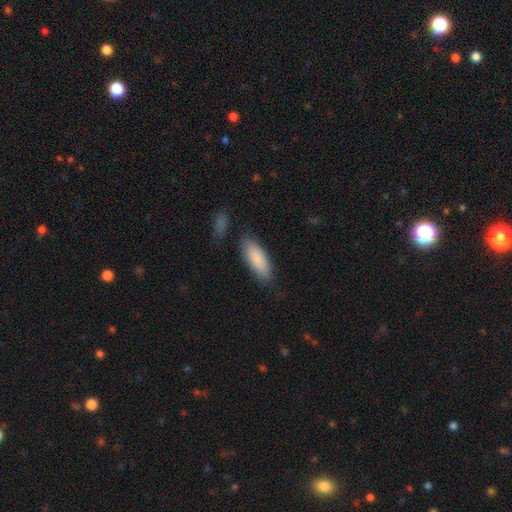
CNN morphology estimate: type=smooth (85%); roundness=in between (68%); merging=none (77%).